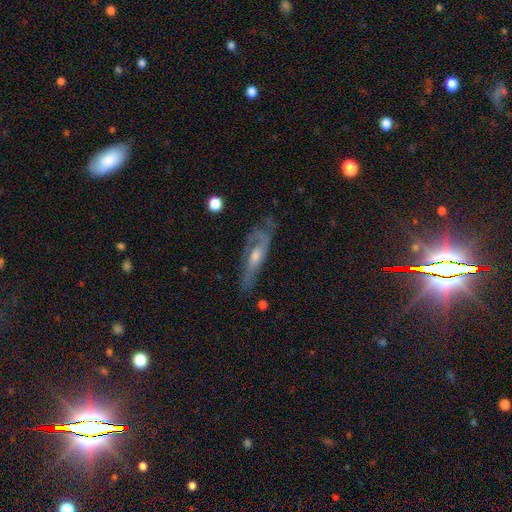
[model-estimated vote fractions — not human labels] Overall: featured or disk (71%). Edge-on disk: no (66%; yes 34%). Merging: none (53%; minor disturbance 26%).